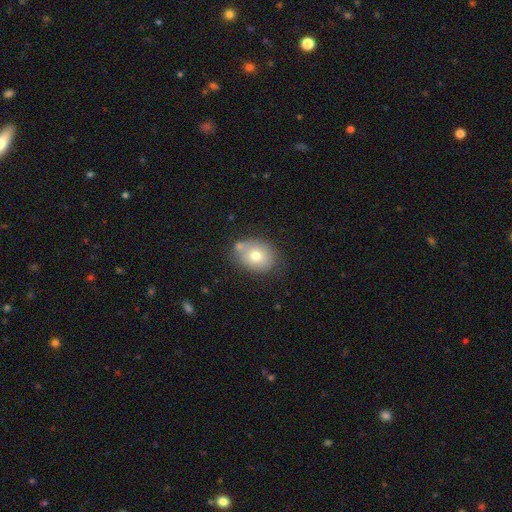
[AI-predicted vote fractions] Smooth or featured: smooth — 72% (featured or disk — 19%)
How rounded: in between — 58% (round — 41%)
Merging: none — 60% (minor disturbance — 19%)